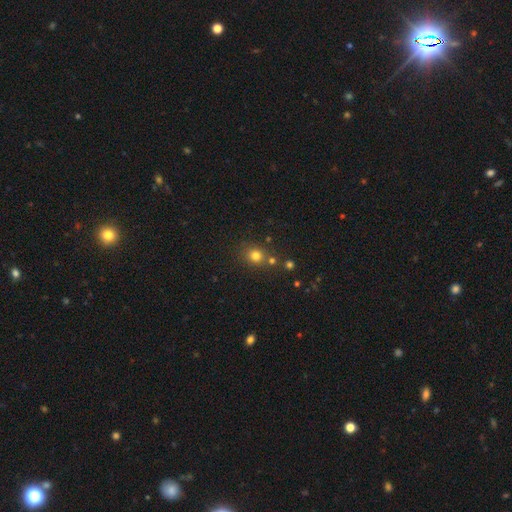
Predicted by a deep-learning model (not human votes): This appears to be a smooth galaxy with no disk features (77%) that is round (80%). Merging: none (71%).